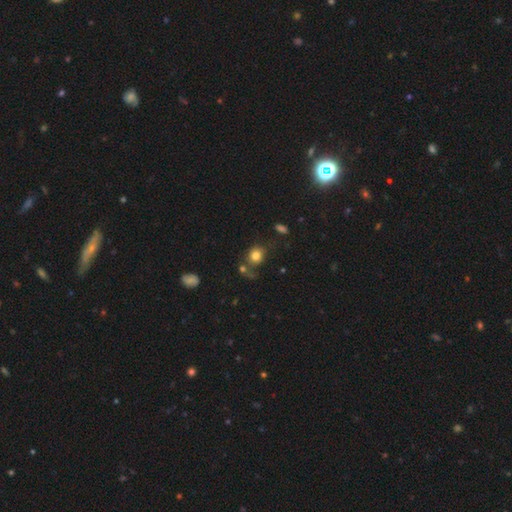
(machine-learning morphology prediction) A smooth galaxy with no disk features (79%) that is round (73%).

Vote fractions:
- Smooth or featured? smooth: 79% / star or artifact: 12% / featured or disk: 9%
- How rounded? round: 73% / in between: 26% / cigar-shaped: 1%
- Merging? none: 59% / merger: 16% / minor disturbance: 15% / major disturbance: 9%